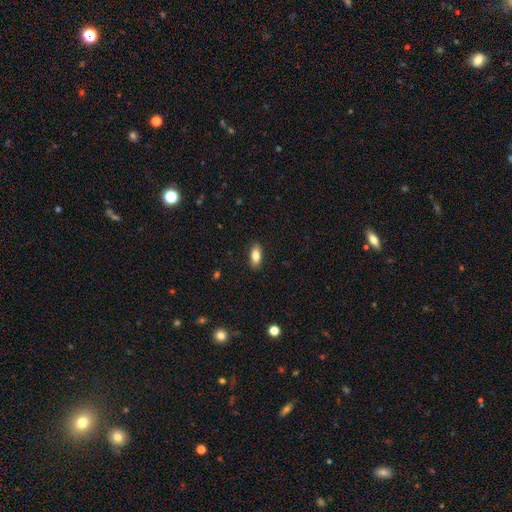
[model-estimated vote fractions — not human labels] Morphology: type=smooth (82%); roundness=in between (85%); merging=none (89%).